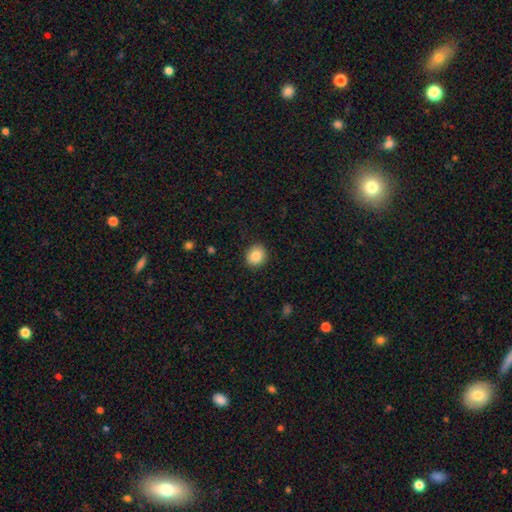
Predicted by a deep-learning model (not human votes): Overall: smooth (86%). How rounded: round (74%). Merging: none (90%).